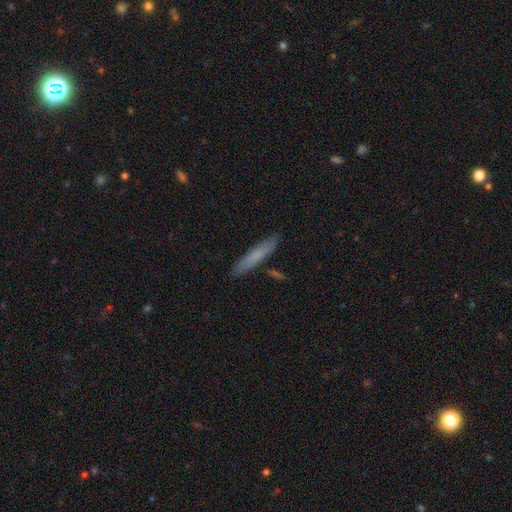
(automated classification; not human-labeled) Smooth or featured? Predicted: smooth (p=0.71). How rounded? Predicted: cigar-shaped (p=0.93). Merging? Predicted: none (p=0.88).